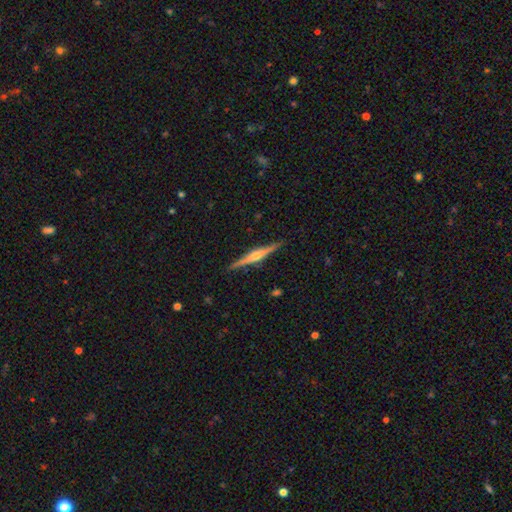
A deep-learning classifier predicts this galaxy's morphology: Smooth or featured? featured or disk (76%)
Edge-on disk? yes (98%)
Edge-on bulge? rounded (80%)
Merging? none (90%)